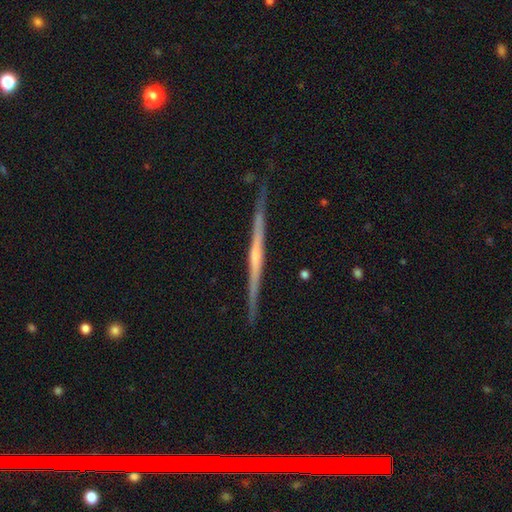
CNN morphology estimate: Q: Smooth or featured?
A: featured or disk (81%); runner-up: smooth (14%)
Q: Edge-on disk?
A: yes (98%); runner-up: no (2%)
Q: Edge-on bulge?
A: rounded (47%); runner-up: none (45%)
Q: Merging?
A: none (88%); runner-up: minor disturbance (9%)